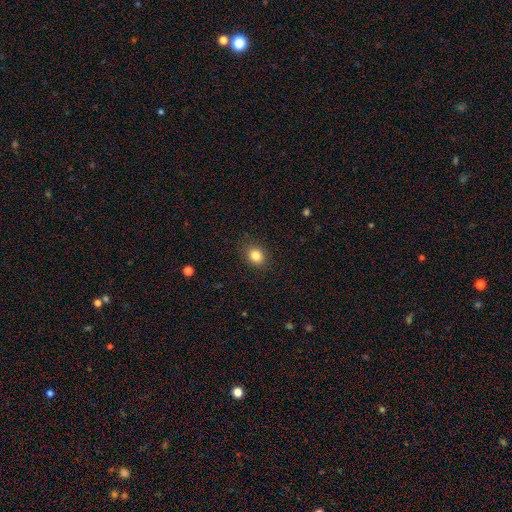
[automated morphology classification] Smooth or featured?
  - smooth: 84% *
  - star or artifact: 10%
  - featured or disk: 6%
How rounded?
  - round: 56% *
  - in between: 43%
  - cigar-shaped: 1%
Merging?
  - none: 87% *
  - minor disturbance: 9%
  - major disturbance: 3%
  - merger: 1%